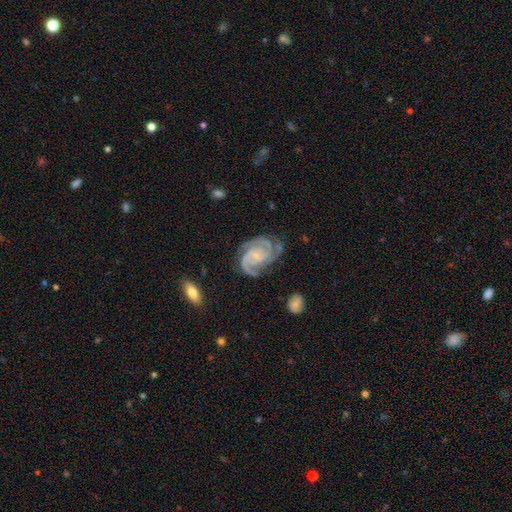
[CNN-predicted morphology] A featured or disk galaxy (92%) with no bar (55%), 3 (42%) tight (56%) spiral arms (99%) and a small central bulge (66%).

Vote fractions:
- Smooth or featured? featured or disk: 92% / star or artifact: 5% / smooth: 4%
- Edge-on disk? no: 98% / yes: 2%
- Bar? no: 55% / weak: 34% / strong: 10%
- Spiral arms? yes: 99% / no: 1%
- Spiral winding? tight: 56% / medium: 38% / loose: 5%
- Spiral arm count? 3: 42% / 2: 32% / 4: 8% / can't tell: 8% / more than 4: 5% / 1: 5%
- Bulge size? small: 66% / none: 18% / moderate: 13% / large: 1% / dominant: 1%
- Merging? none: 69% / minor disturbance: 19% / major disturbance: 10% / merger: 2%